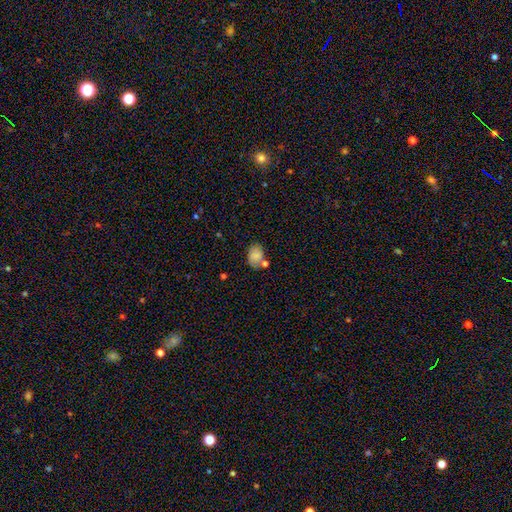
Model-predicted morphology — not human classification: This is clearly a smooth galaxy (82%). How rounded: likely in between (75%). Merging: possibly none (59%).